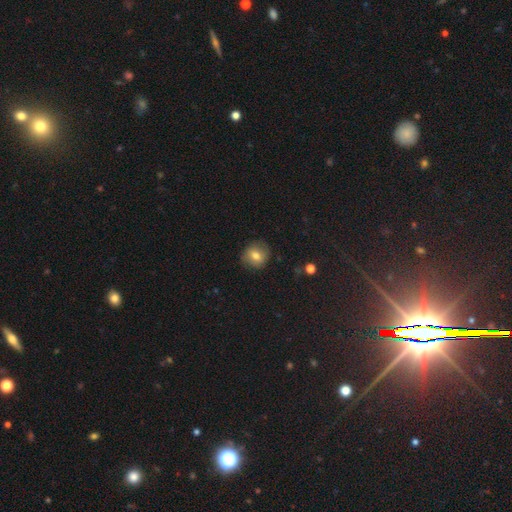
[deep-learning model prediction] Q: Smooth or featured?
A: smooth (72%); runner-up: featured or disk (18%)
Q: How rounded?
A: round (80%); runner-up: in between (19%)
Q: Merging?
A: none (82%); runner-up: minor disturbance (14%)